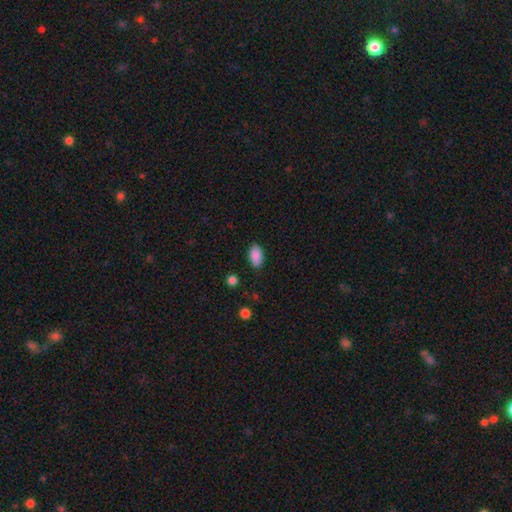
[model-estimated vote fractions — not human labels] Smooth or featured? Predicted: smooth (p=0.89). How rounded? Predicted: in between (p=0.93). Merging? Predicted: none (p=0.86).